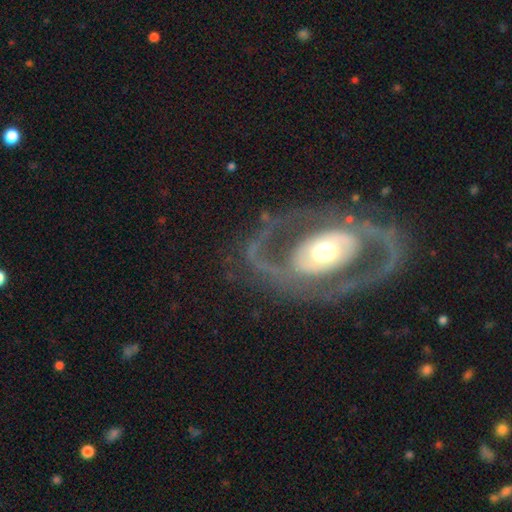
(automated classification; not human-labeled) featured or disk 85%, smooth 10%, star or artifact 5%. Down the decision tree: edge-on disk — no (95%); bar — no (55%); spiral arms — yes (76%); spiral arm count — 2 (84%); spiral winding — medium (46%); bulge size — moderate (62%); merging — none (75%).